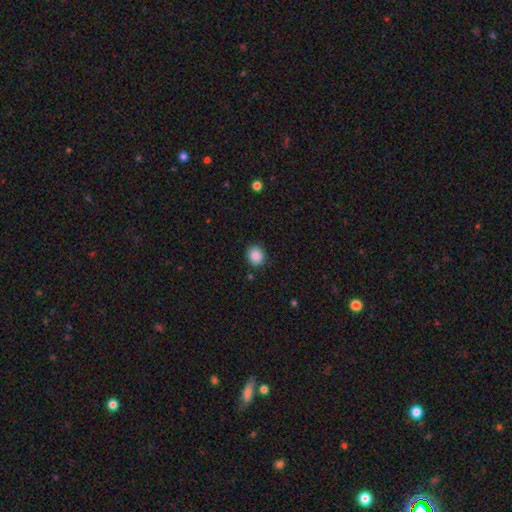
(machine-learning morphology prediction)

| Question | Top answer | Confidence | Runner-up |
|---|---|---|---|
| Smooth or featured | smooth | 88% | star or artifact (9%) |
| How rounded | round | 75% | in between (24%) |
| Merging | none | 88% | minor disturbance (8%) |